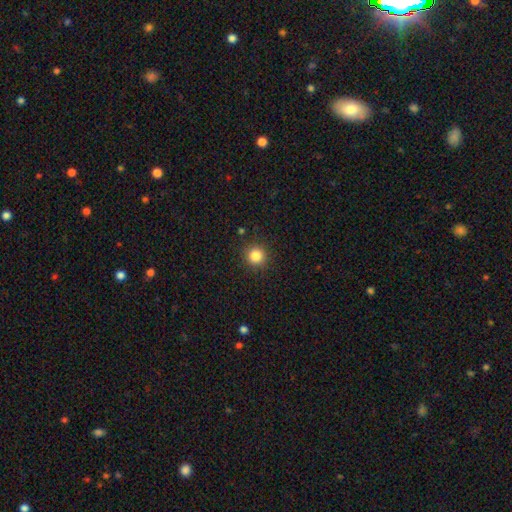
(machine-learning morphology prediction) A smooth galaxy with no disk features (84%) that is round (95%). Merging: none (90%).